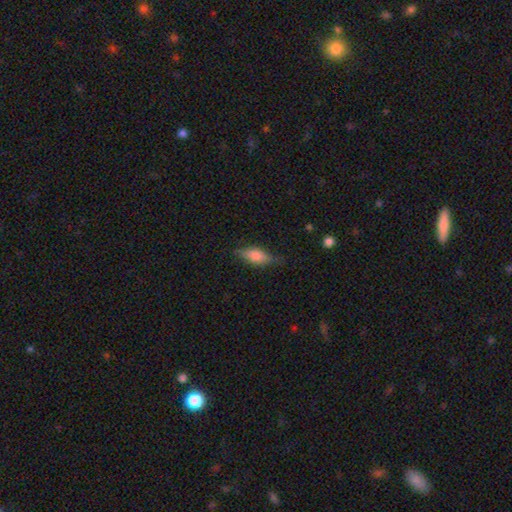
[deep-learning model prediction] Smooth or featured? Predicted: smooth (p=0.67). How rounded? Predicted: in between (p=0.72). Merging? Predicted: none (p=0.73).